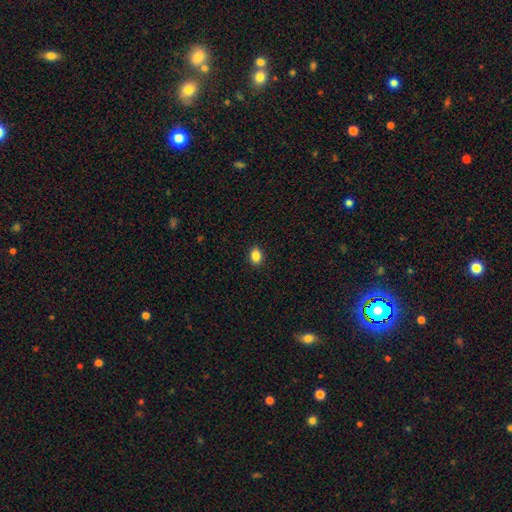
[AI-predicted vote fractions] Smooth or featured? Predicted: smooth (p=0.86). How rounded? Predicted: in between (p=0.71). Merging? Predicted: none (p=0.91).